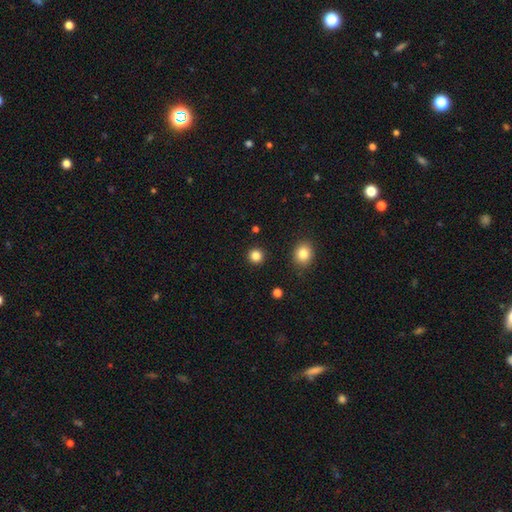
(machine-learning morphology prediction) This appears to be a smooth galaxy with no disk features (84%) that is round (94%). Merging: none (92%).